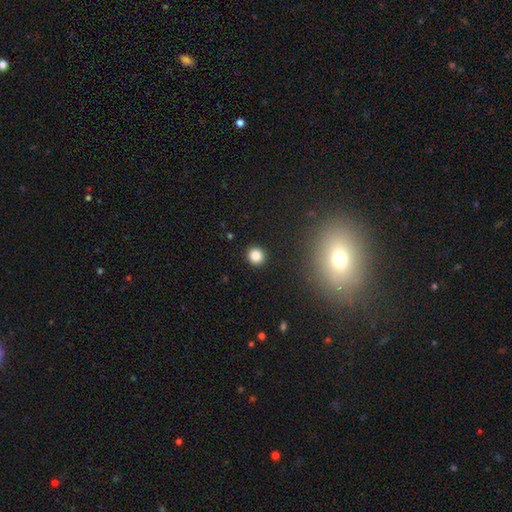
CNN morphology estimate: A smooth galaxy with no disk features (84%) that is round (90%). Merging: none (92%).